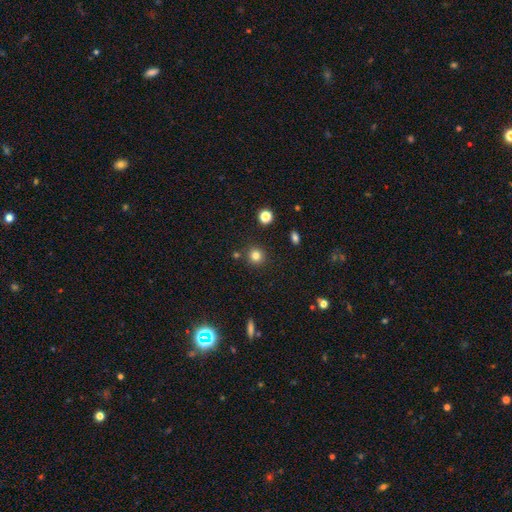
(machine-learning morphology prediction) Overall: smooth (81%). How rounded: round (93%). Merging: none (86%).